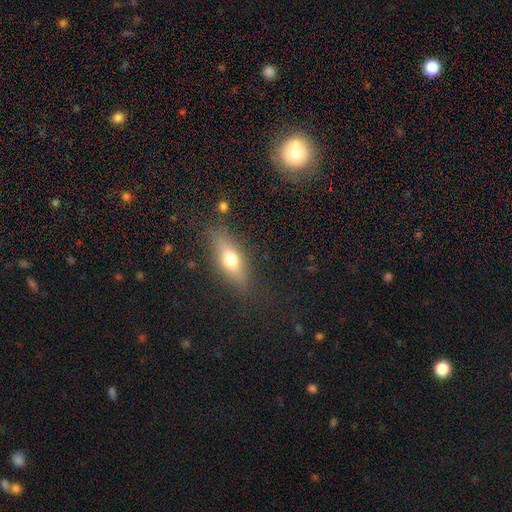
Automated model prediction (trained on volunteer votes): smooth_or_featured: smooth (p=0.47) [alt: featured or disk p=0.41]
merging: none (p=0.84) [alt: minor disturbance p=0.10]